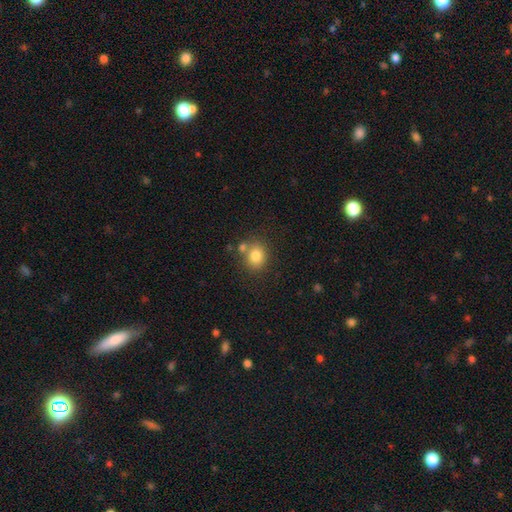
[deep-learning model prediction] smooth_or_featured: smooth (p=0.82) [alt: star or artifact p=0.11]
how_rounded: round (p=0.71) [alt: in between p=0.28]
merging: none (p=0.67) [alt: merger p=0.18]